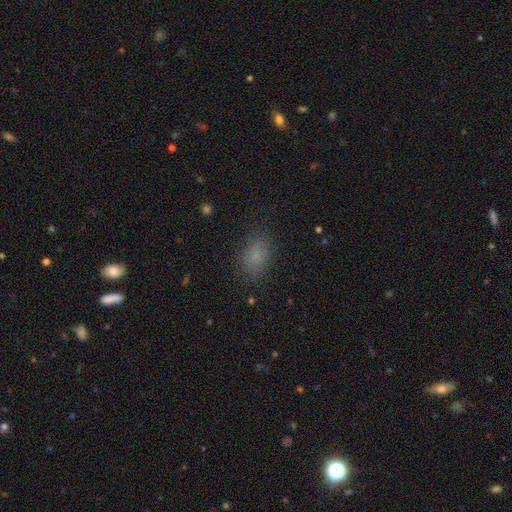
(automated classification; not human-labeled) Smooth or featured? Predicted: smooth (p=0.77). How rounded? Predicted: in between (p=0.79). Merging? Predicted: none (p=0.83).